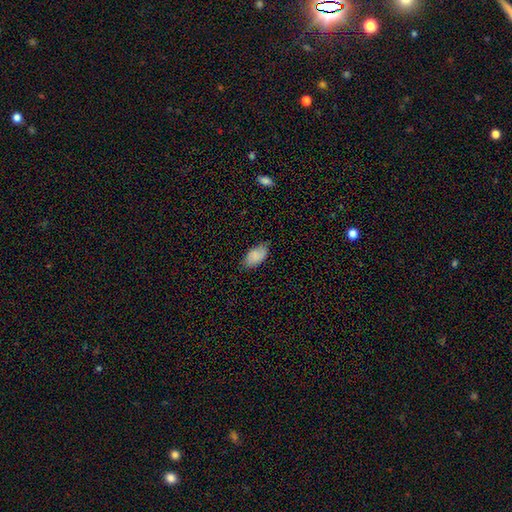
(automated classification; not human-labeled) smooth-or-featured: smooth: 82% | featured or disk: 11% | star or artifact: 7%
  how-rounded: in between: 95% | round: 3% | cigar-shaped: 2%
  merging: none: 72% | minor disturbance: 23% | major disturbance: 4% | merger: 1%